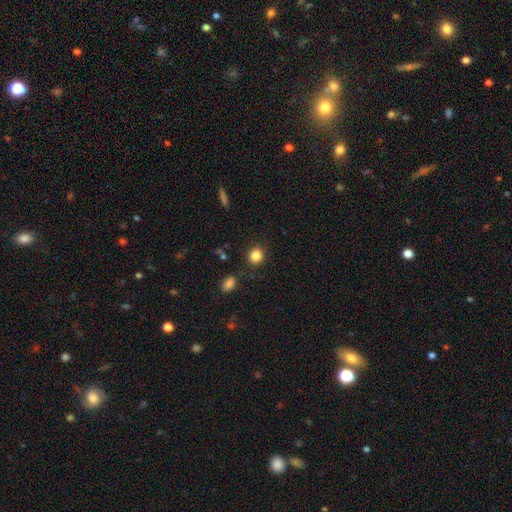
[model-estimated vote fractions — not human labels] Smooth or featured?
  - smooth: 85% *
  - star or artifact: 11%
  - featured or disk: 4%
How rounded?
  - round: 84% *
  - in between: 15%
  - cigar-shaped: 1%
Merging?
  - none: 88% *
  - minor disturbance: 7%
  - major disturbance: 3%
  - merger: 2%